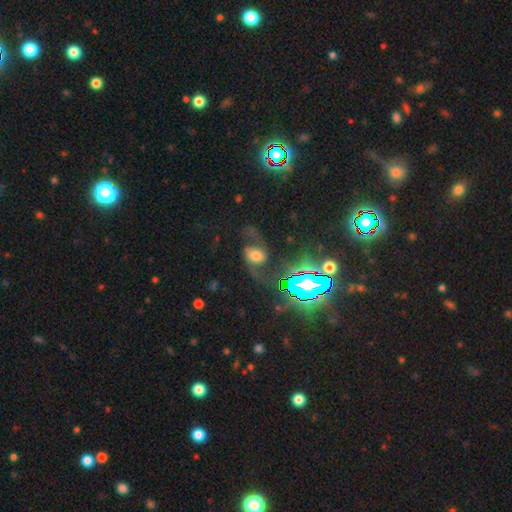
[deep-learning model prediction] Smooth or featured? featured or disk (63%)
Edge-on disk? no (95%)
Bar? no (56%)
Spiral arms? yes (90%)
Spiral winding? loose (74%)
Spiral arm count? 2 (90%)
Bulge size? moderate (47%)
Merging? none (58%)